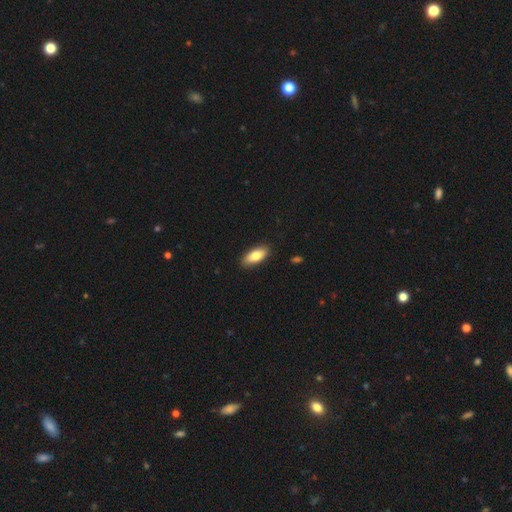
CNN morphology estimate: A smooth galaxy with no disk features (79%) that is in between round and cigar-shaped (83%).

Vote fractions:
- Smooth or featured? smooth: 79% / featured or disk: 15% / star or artifact: 6%
- How rounded? in between: 83% / cigar-shaped: 14% / round: 2%
- Merging? none: 88% / minor disturbance: 9% / major disturbance: 2% / merger: 1%